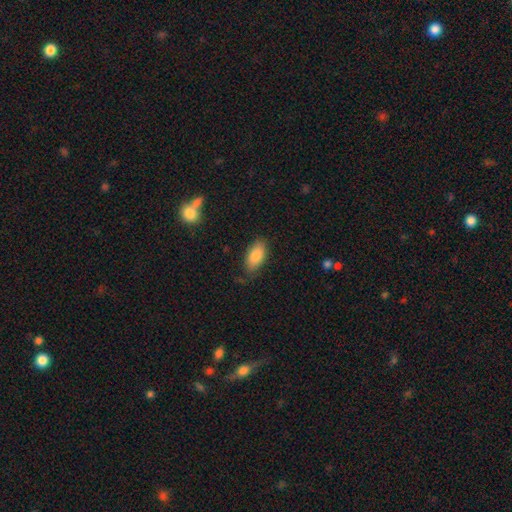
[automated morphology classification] smooth-or-featured: smooth: 85% | featured or disk: 9% | star or artifact: 7%
  how-rounded: in between: 91% | cigar-shaped: 6% | round: 3%
  merging: none: 76% | minor disturbance: 18% | major disturbance: 4% | merger: 2%